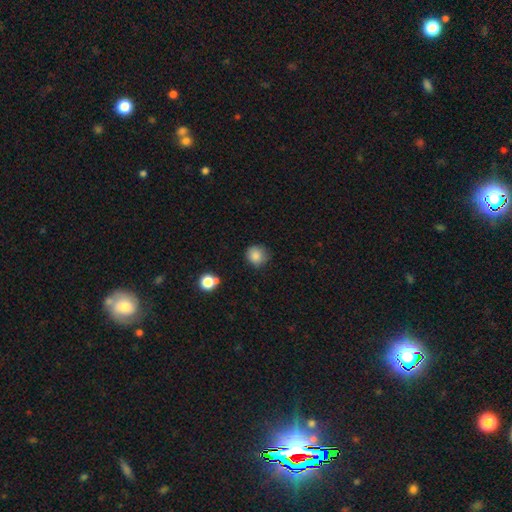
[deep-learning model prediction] Q: Smooth or featured?
A: smooth (85%); runner-up: star or artifact (10%)
Q: How rounded?
A: round (89%); runner-up: in between (10%)
Q: Merging?
A: none (81%); runner-up: minor disturbance (14%)